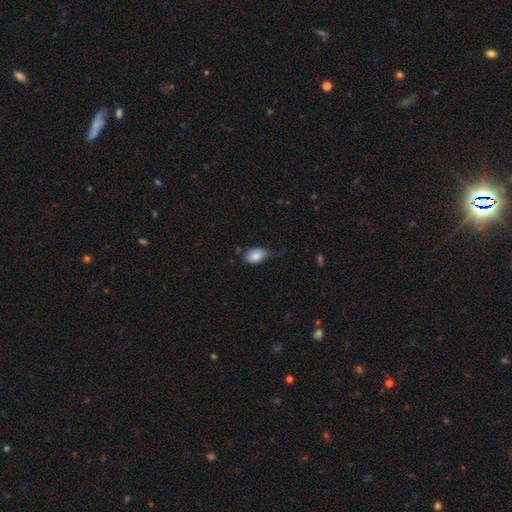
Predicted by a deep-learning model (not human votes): Overall: smooth (85%). How rounded: in between (90%). Merging: none (61%; minor disturbance 31%).